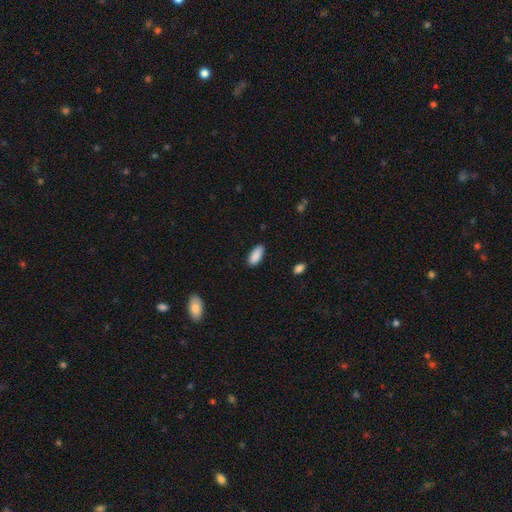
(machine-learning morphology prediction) type=smooth (90%); roundness=in between (86%); merging=none (85%).